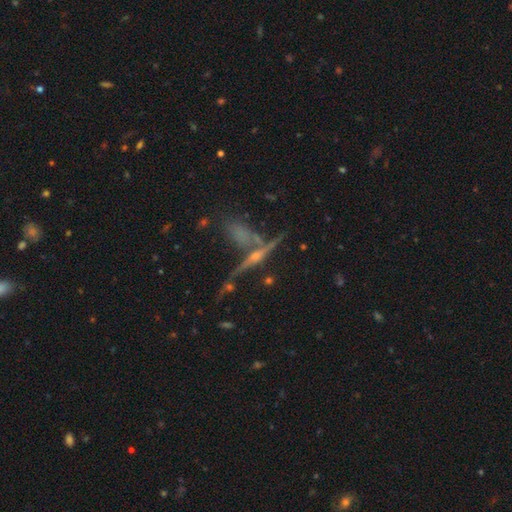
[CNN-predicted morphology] featured or disk 75%, star or artifact 14%, smooth 11%. Down the decision tree: edge-on disk — yes (93%); edge-on bulge — rounded (83%); merging — none (68%).